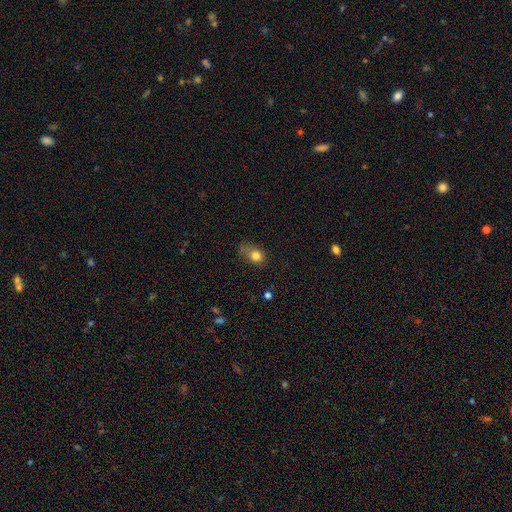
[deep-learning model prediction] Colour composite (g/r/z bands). It shows a smooth galaxy with no disk features (79%) that is round (53%). Merging: none (45%).